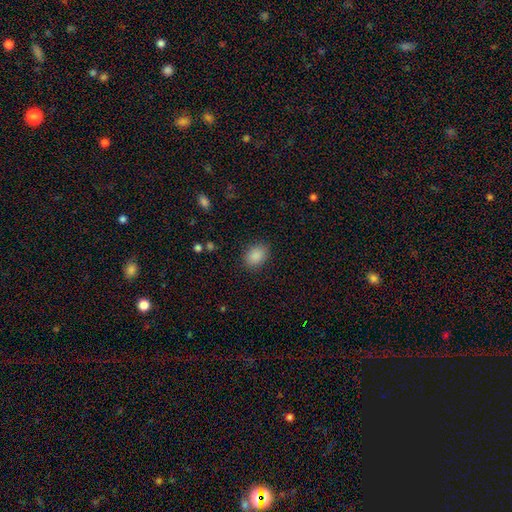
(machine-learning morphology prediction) type=smooth (88%); roundness=in between (70%); merging=none (87%).